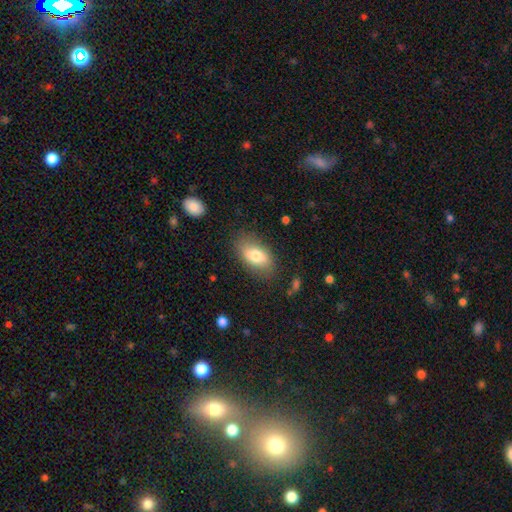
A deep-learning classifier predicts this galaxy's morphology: This is likely a smooth galaxy (74%). How rounded: clearly in between (91%). Merging: likely none (77%).